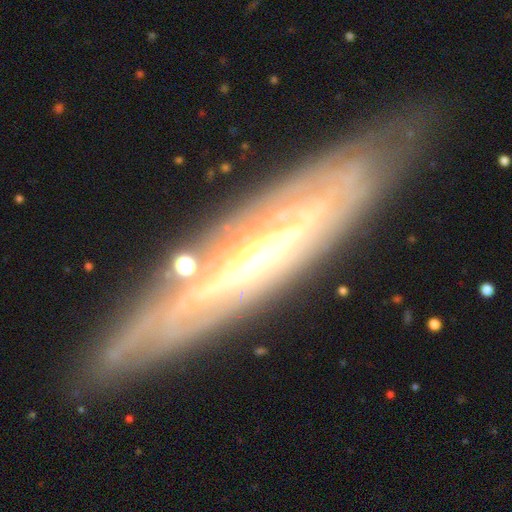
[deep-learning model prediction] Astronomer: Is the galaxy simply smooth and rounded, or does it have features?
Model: featured or disk — 82%.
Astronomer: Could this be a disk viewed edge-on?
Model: yes — 52% (runner-up: no, 48%).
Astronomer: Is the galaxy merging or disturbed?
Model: none — 80%.